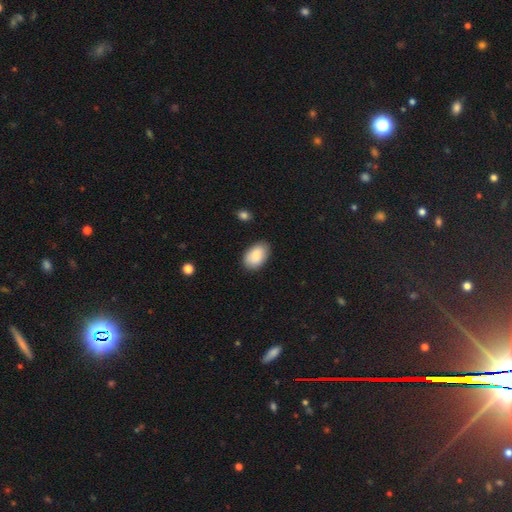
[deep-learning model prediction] Overall: smooth (87%). How rounded: in between (92%). Merging: none (84%).